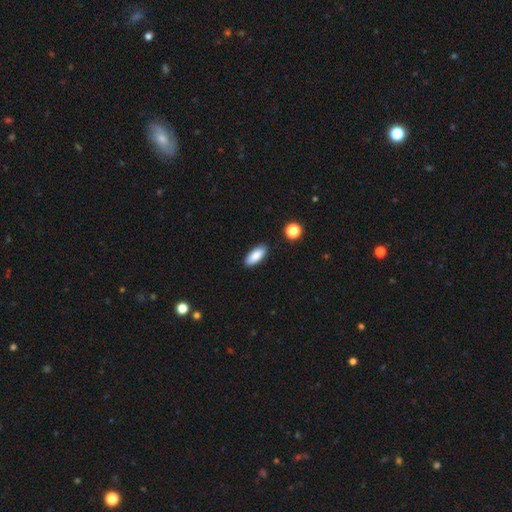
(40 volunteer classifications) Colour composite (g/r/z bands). It shows a smooth galaxy with no disk features (85%) that is in between round and cigar-shaped (76%). Merging: none (84%).